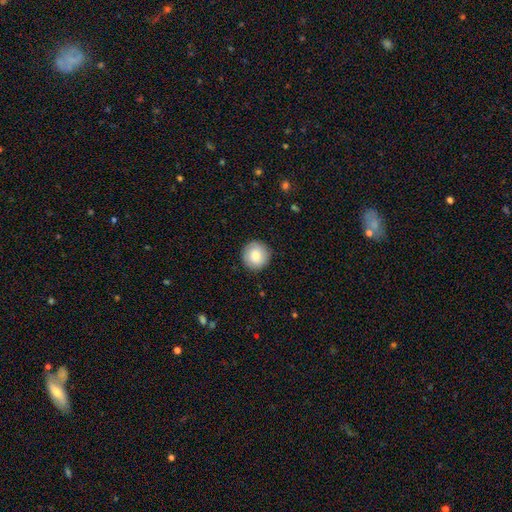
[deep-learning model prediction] Smooth or featured: smooth — 85% (featured or disk — 8%)
How rounded: round — 95% (in between — 4%)
Merging: none — 91% (minor disturbance — 7%)